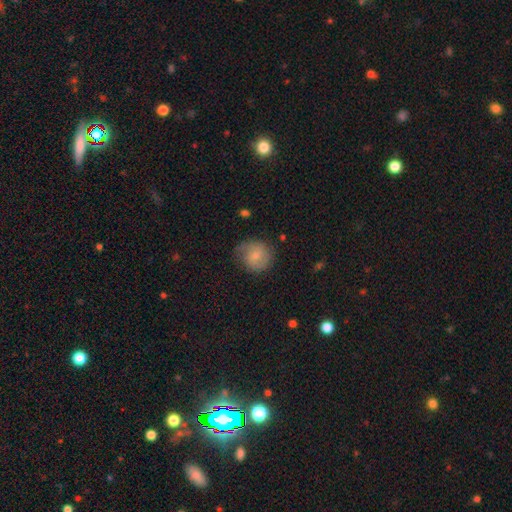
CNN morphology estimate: This is possibly a smooth galaxy (55%). How rounded: clearly round (85%). Merging: likely none (69%).